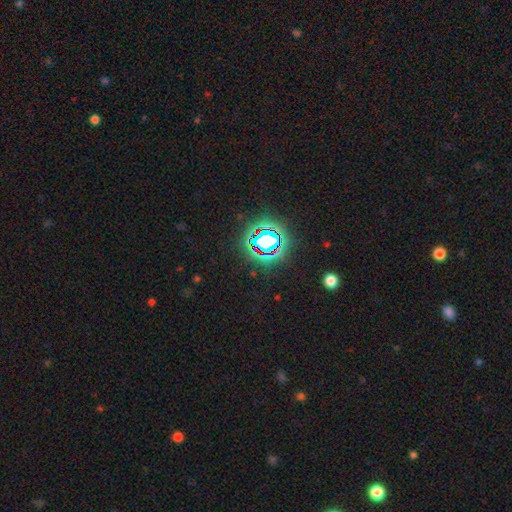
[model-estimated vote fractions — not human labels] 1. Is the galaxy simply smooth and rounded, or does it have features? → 83% star or artifact, 11% smooth, 6% featured or disk.